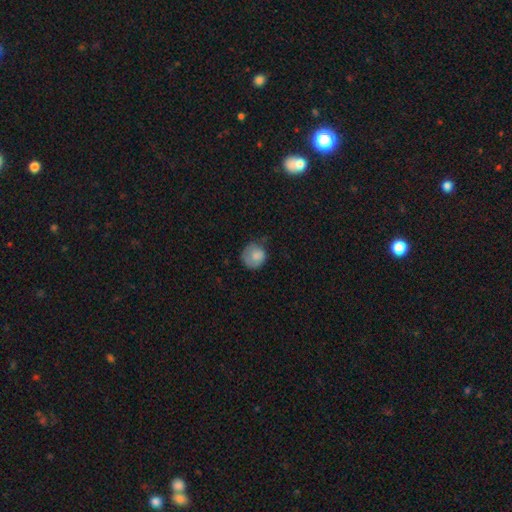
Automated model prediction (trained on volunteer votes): A smooth galaxy with no disk features (78%) that is round (85%). Merging: none (53%).